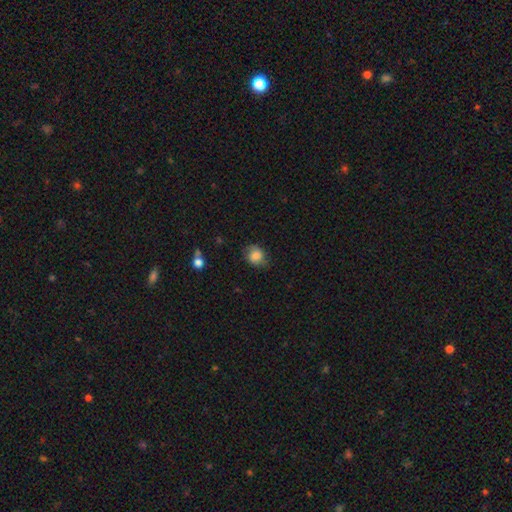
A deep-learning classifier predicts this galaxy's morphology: A smooth galaxy with no disk features (76%) that is round (61%).

Vote fractions:
- Smooth or featured? smooth: 76% / featured or disk: 15% / star or artifact: 9%
- How rounded? round: 61% / in between: 38% / cigar-shaped: 1%
- Merging? none: 68% / minor disturbance: 24% / major disturbance: 6% / merger: 1%